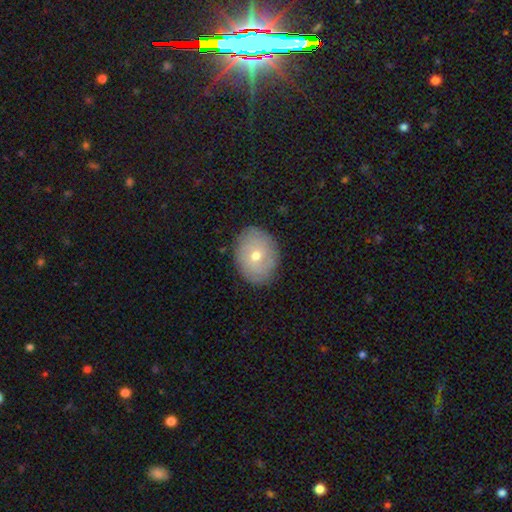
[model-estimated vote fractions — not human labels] A smooth galaxy with no disk features (59%) that is in between round and cigar-shaped (54%). Merging: none (85%).